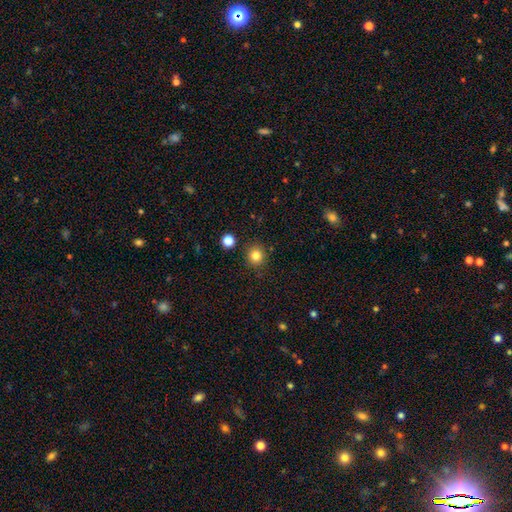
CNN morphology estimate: smooth_or_featured: smooth (p=0.83) [alt: star or artifact p=0.12]
how_rounded: round (p=0.91) [alt: in between p=0.08]
merging: none (p=0.88) [alt: minor disturbance p=0.07]